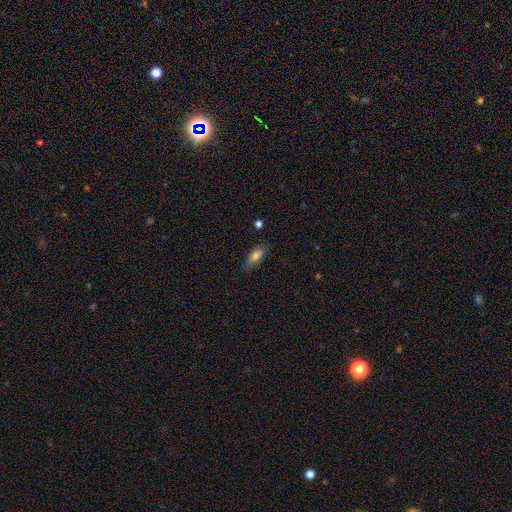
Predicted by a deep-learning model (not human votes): Smooth or featured? smooth (79%)
How rounded? in between (72%)
Merging? none (73%)